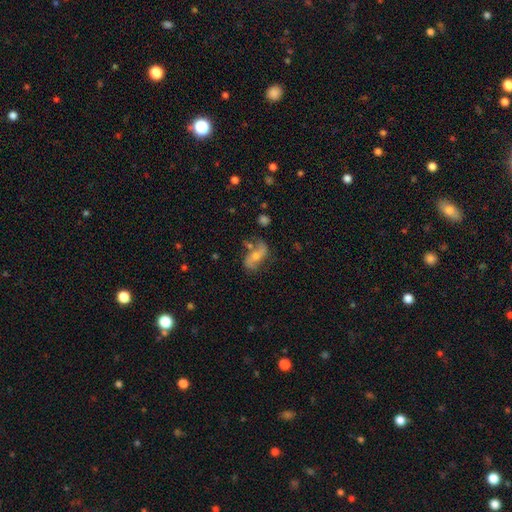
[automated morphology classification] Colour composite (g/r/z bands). It shows a featured or disk galaxy (66%) with no bar (53%), spiral arms (82%) and a moderate central bulge (53%). Merging: none (60%).